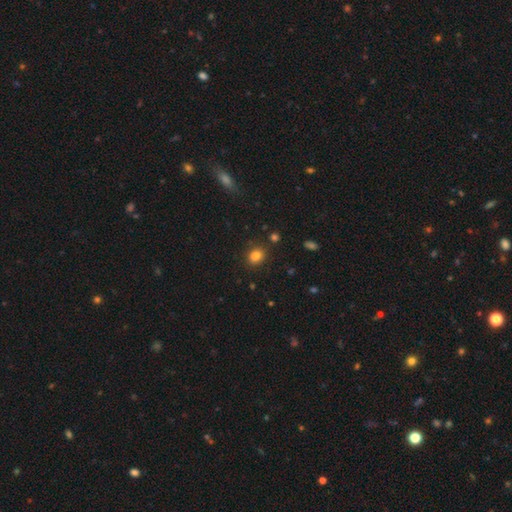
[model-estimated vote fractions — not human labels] A smooth galaxy with no disk features (83%) that is round (53%).

Vote fractions:
- Smooth or featured? smooth: 83% / star or artifact: 12% / featured or disk: 5%
- How rounded? round: 53% / in between: 46% / cigar-shaped: 1%
- Merging? none: 84% / minor disturbance: 10% / major disturbance: 3% / merger: 3%